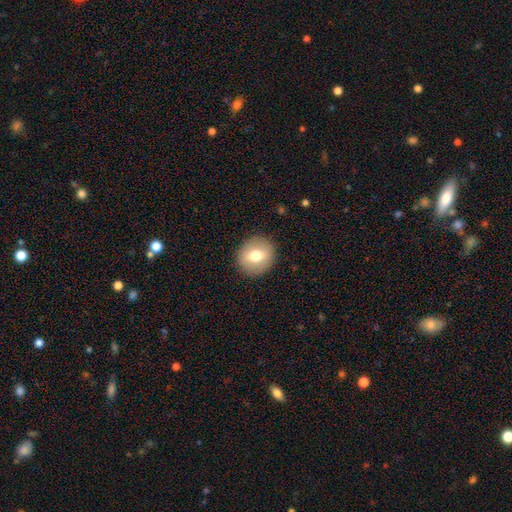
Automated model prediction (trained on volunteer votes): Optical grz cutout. It shows a smooth galaxy with no disk features (69%) that is round (80%). Merging: none (89%).